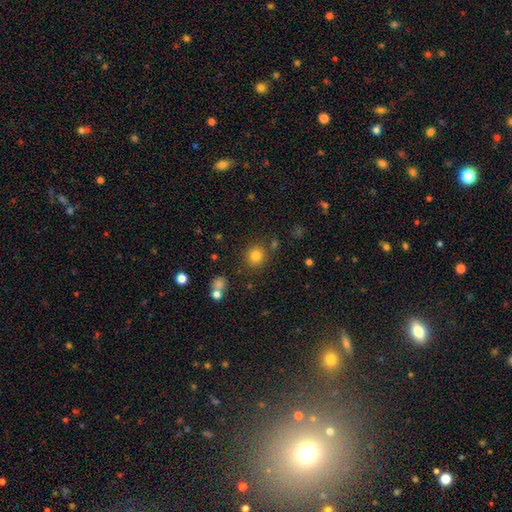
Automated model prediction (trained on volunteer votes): smooth-or-featured: smooth: 81% | star or artifact: 13% | featured or disk: 6%
  how-rounded: round: 86% | in between: 13% | cigar-shaped: 1%
  merging: none: 83% | minor disturbance: 9% | merger: 6% | major disturbance: 3%